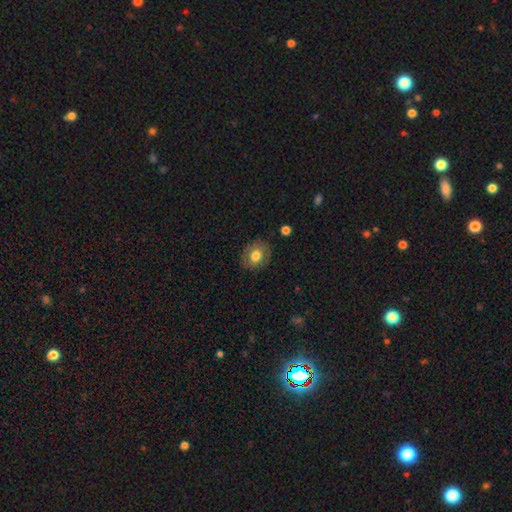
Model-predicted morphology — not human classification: A smooth galaxy with no disk features (72%) that is round (56%). Merging: none (85%).